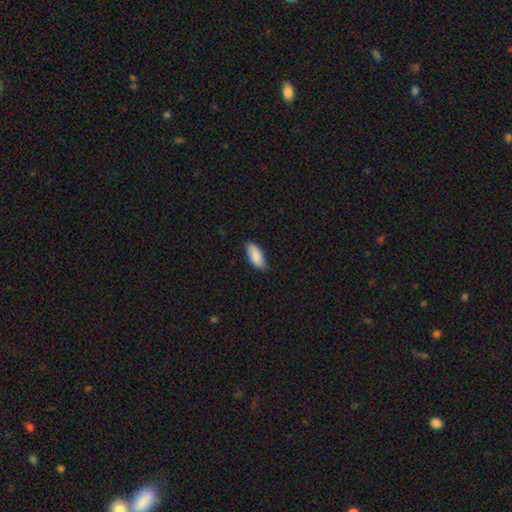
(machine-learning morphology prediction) This is clearly a smooth galaxy (86%). How rounded: clearly in between (84%). Merging: clearly none (84%).